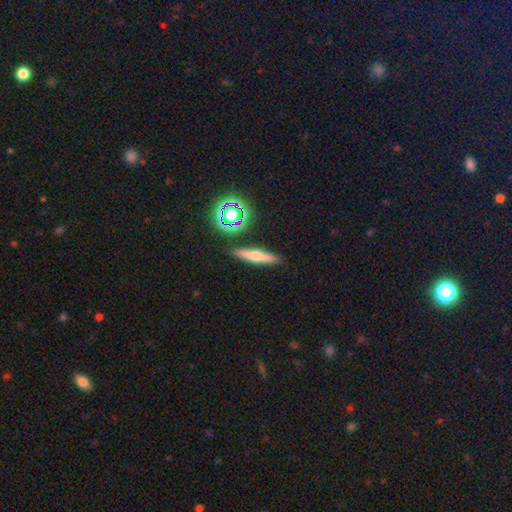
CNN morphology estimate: Q: Smooth or featured?
A: featured or disk (45%); runner-up: smooth (42%)
Q: Merging?
A: none (89%); runner-up: minor disturbance (7%)